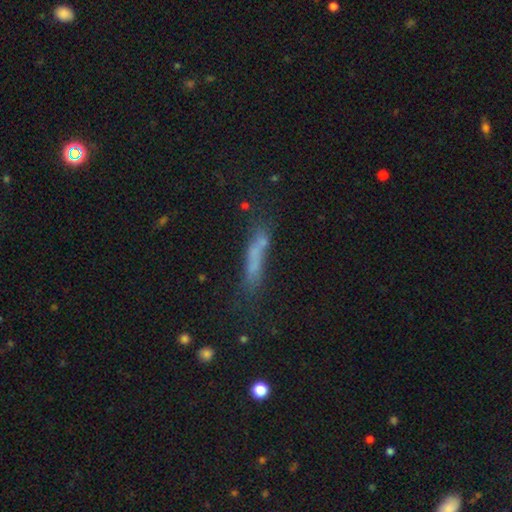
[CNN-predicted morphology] Smooth or featured?
  - smooth: 55% *
  - featured or disk: 28%
  - star or artifact: 17%
How rounded?
  - cigar-shaped: 87% *
  - in between: 11%
  - round: 3%
Merging?
  - none: 56% *
  - minor disturbance: 19%
  - major disturbance: 12%
  - merger: 12%